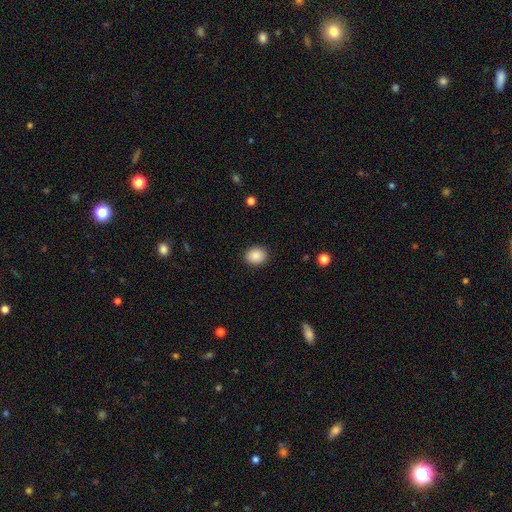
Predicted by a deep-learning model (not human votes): Smooth or featured: smooth — 89% (star or artifact — 8%)
How rounded: round — 64% (in between — 35%)
Merging: none — 90% (minor disturbance — 7%)